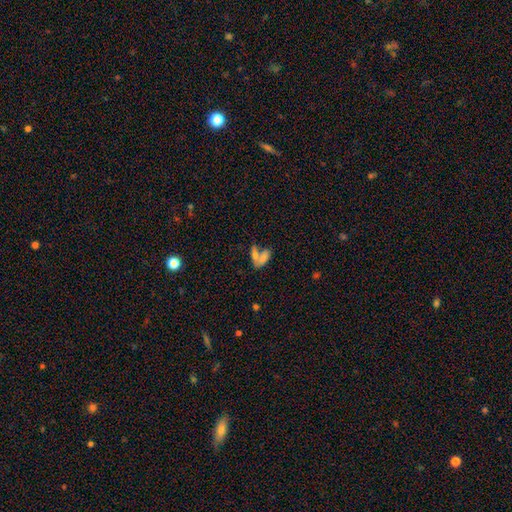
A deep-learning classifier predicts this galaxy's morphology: smooth-or-featured: smooth: 70% | featured or disk: 19% | star or artifact: 11%
  how-rounded: in between: 76% | cigar-shaped: 17% | round: 7%
  merging: merger: 57% | none: 28% | minor disturbance: 9% | major disturbance: 6%